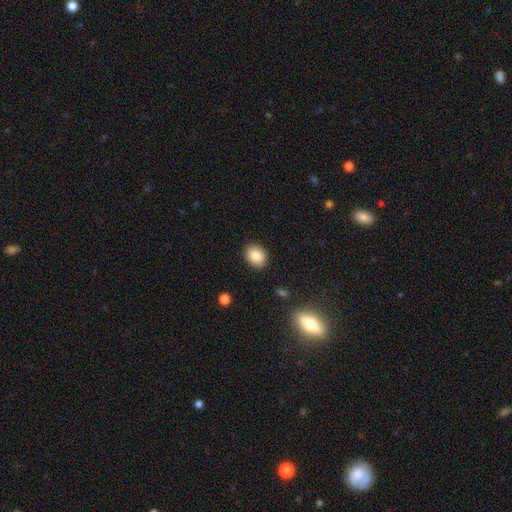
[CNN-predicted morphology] Smooth or featured? Predicted: smooth (p=0.86). How rounded? Predicted: round (p=0.50). Merging? Predicted: none (p=0.89).